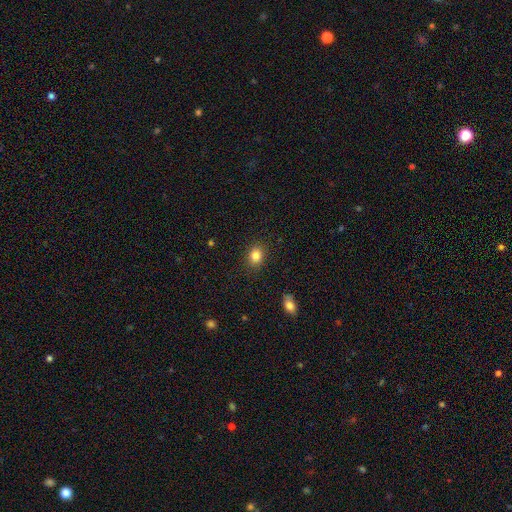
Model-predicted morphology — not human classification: The model was most divided on "how rounded": in between: 51%, round: 48%, cigar-shaped: 1%. More confident: merging — none (88%); smooth or featured — smooth (84%).